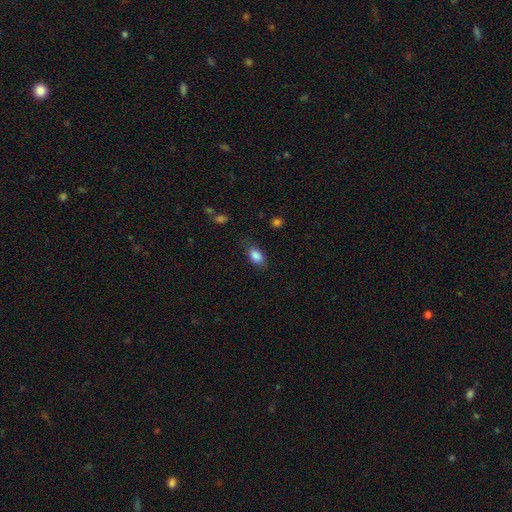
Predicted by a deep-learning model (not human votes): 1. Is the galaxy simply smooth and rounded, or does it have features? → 86% smooth, 8% star or artifact, 6% featured or disk.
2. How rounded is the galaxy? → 86% in between, 11% round, 3% cigar-shaped.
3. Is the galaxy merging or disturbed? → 74% none, 19% minor disturbance, 6% major disturbance, 2% merger.